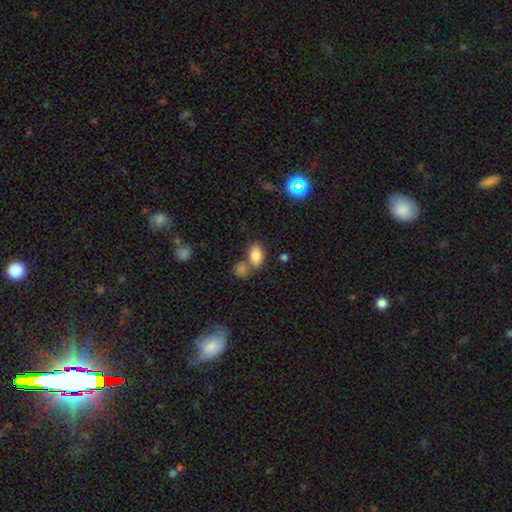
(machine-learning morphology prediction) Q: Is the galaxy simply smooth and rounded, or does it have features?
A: smooth — 83%.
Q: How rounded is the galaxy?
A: in between — 88%.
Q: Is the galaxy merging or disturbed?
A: none — 50%.